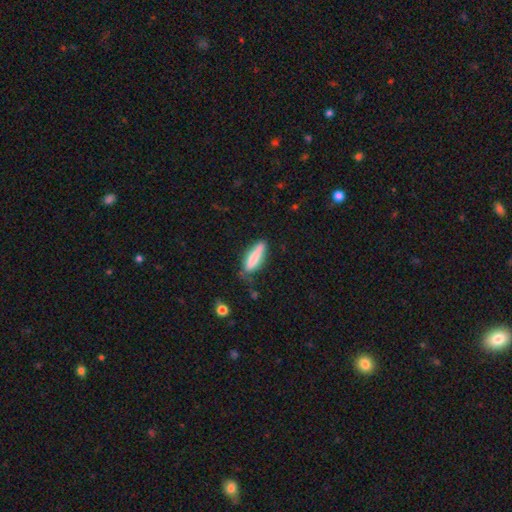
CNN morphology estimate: The model was most divided on "how rounded": cigar-shaped: 63%, in between: 36%, round: 2%. More confident: smooth or featured — smooth (78%); merging — none (58%).